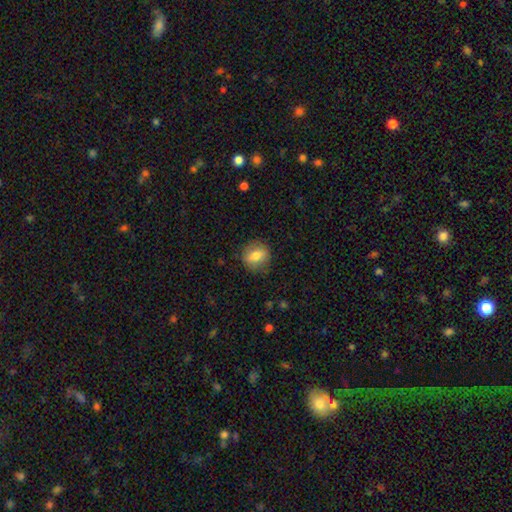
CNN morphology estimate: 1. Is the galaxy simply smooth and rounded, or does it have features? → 75% smooth, 17% featured or disk, 8% star or artifact.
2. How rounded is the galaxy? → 72% round, 27% in between, 1% cigar-shaped.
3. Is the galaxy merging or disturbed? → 83% none, 12% minor disturbance, 4% major disturbance, 1% merger.